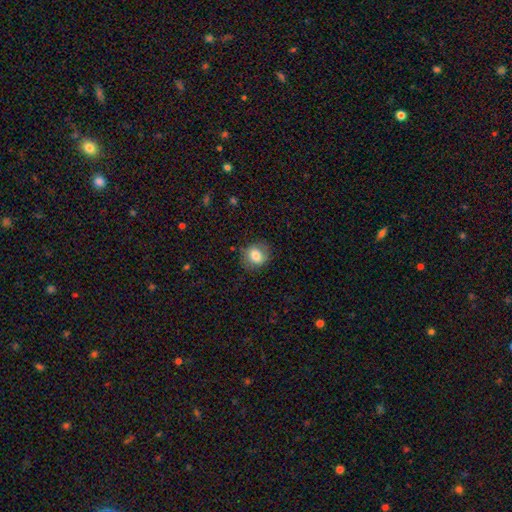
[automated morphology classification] Smooth or featured? smooth (76%)
How rounded? round (69%)
Merging? none (76%)